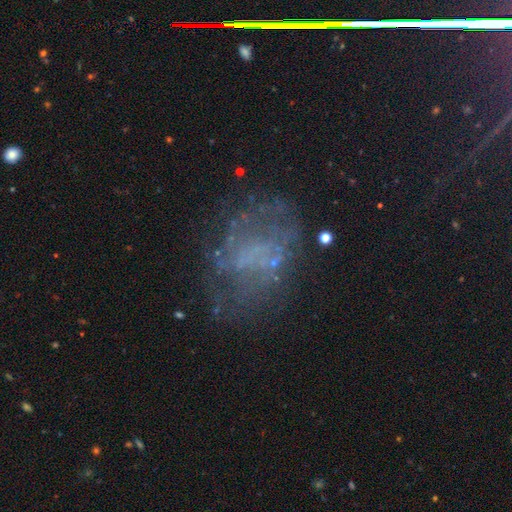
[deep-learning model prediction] This appears to be a featured or disk galaxy (56%) with no bar (77%), no spiral arms (63%) and no central bulge (75%). Merging: none (55%).